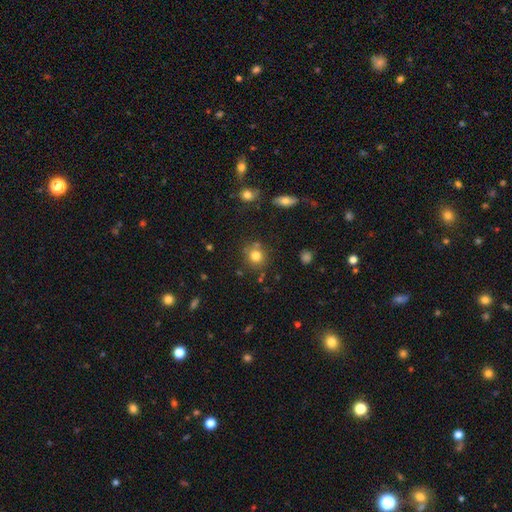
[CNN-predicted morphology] Overall: smooth (78%). How rounded: round (84%). Merging: none (73%).